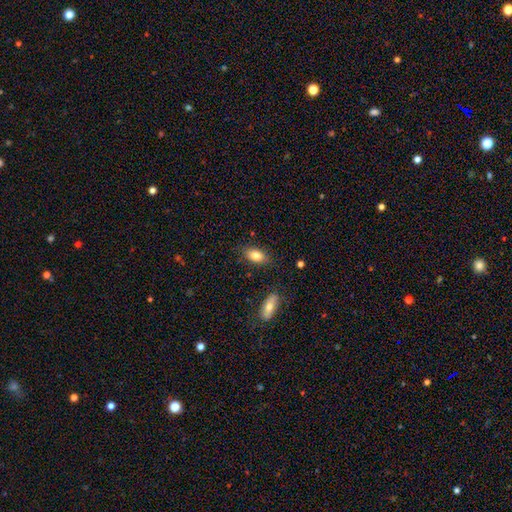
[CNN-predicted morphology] This appears to be a smooth galaxy with no disk features (81%) that is in between round and cigar-shaped (89%). Merging: none (82%).